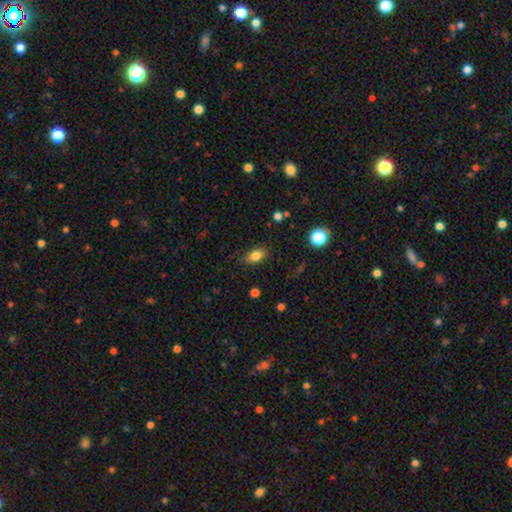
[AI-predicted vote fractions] Overall: smooth (81%). How rounded: in between (84%). Merging: none (76%).